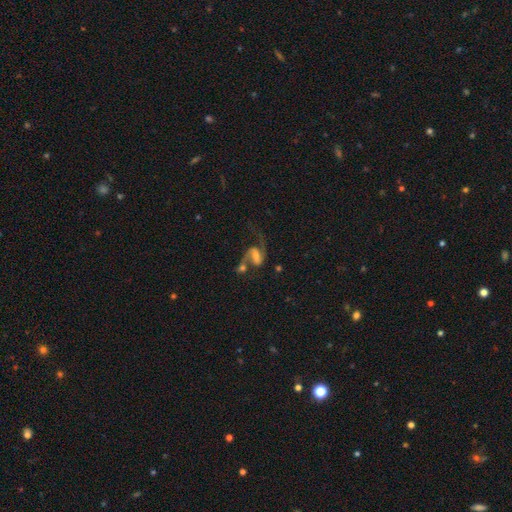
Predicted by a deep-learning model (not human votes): Smooth or featured: featured or disk — 77% (smooth — 14%)
Edge-on disk: no — 97% (yes — 3%)
Bar: weak — 46% (no — 27%)
Spiral arms: yes — 92% (no — 8%)
Spiral winding: loose — 61% (medium — 31%)
Spiral arm count: 2 — 79% (1 — 15%)
Bulge size: moderate — 34% (small — 32%)
Merging: merger — 34% (none — 32%)